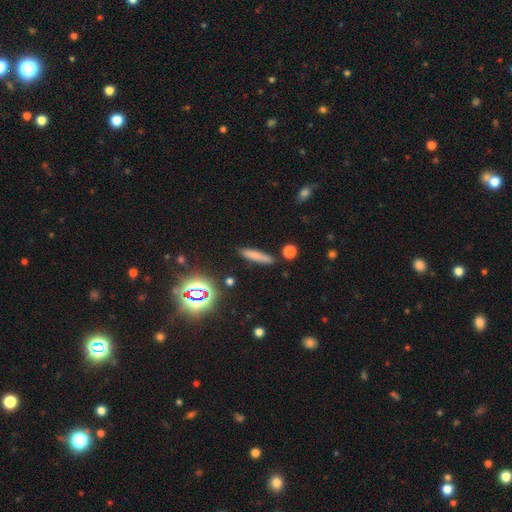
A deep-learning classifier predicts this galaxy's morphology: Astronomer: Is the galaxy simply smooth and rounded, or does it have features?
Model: smooth — 73%.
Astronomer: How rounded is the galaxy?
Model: cigar-shaped — 86%.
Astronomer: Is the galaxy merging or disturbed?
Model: none — 85%.